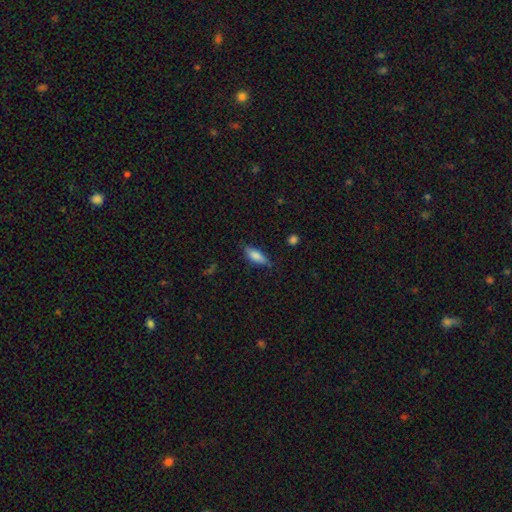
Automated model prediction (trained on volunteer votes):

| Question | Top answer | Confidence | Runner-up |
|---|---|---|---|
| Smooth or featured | smooth | 78% | featured or disk (15%) |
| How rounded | in between | 62% | cigar-shaped (36%) |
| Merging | none | 74% | minor disturbance (20%) |